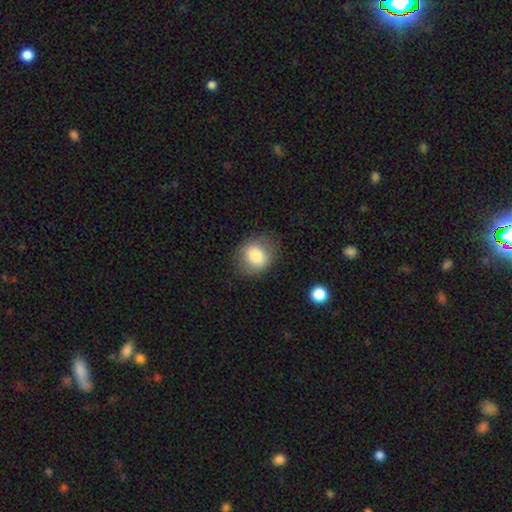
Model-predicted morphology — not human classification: Overall: smooth (80%). How rounded: round (71%). Merging: none (78%).